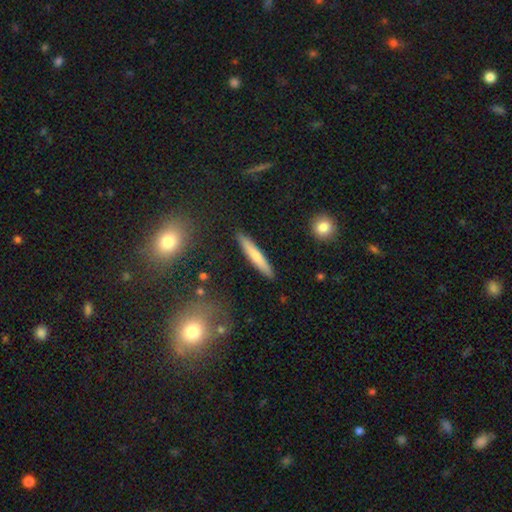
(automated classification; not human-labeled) The model was most divided on "smooth or featured": smooth: 70%, featured or disk: 24%, star or artifact: 6%. More confident: how rounded — cigar-shaped (93%); merging — none (90%).